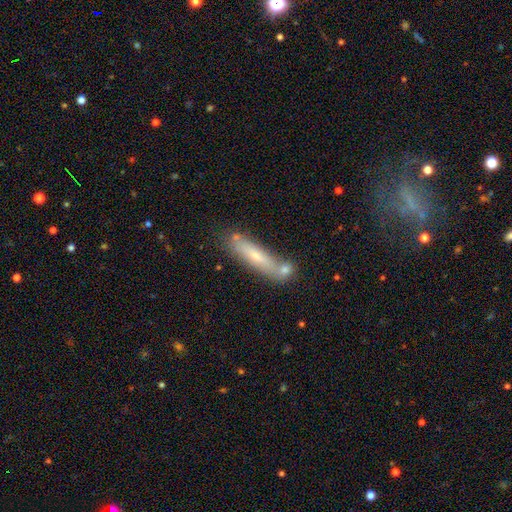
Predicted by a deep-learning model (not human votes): A smooth galaxy with no disk features (58%) that is cigar-shaped (83%). Merging: none (64%).